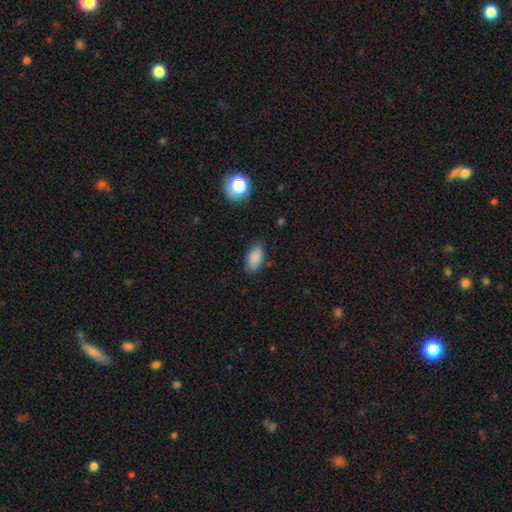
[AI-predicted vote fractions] smooth_or_featured: smooth (p=0.86) [alt: star or artifact p=0.08]
how_rounded: in between (p=0.91) [alt: cigar-shaped p=0.06]
merging: none (p=0.81) [alt: minor disturbance p=0.14]